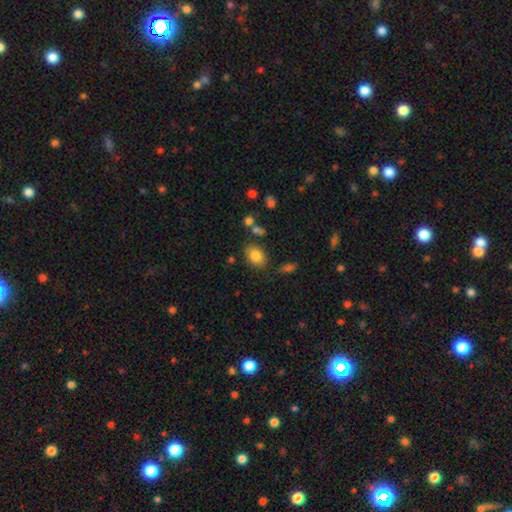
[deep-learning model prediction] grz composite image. It shows a smooth galaxy with no disk features (83%) that is in between round and cigar-shaped (81%). Merging: none (77%).